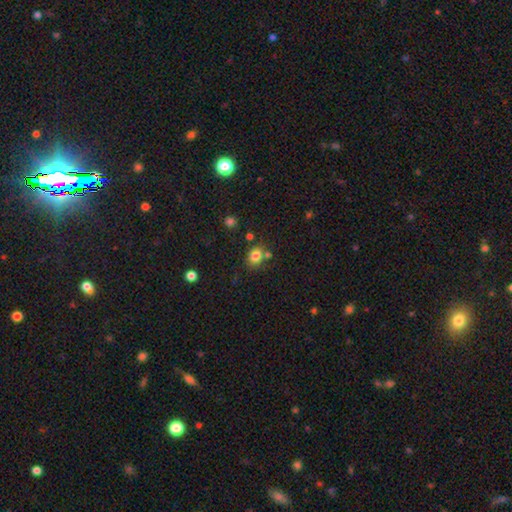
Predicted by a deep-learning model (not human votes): A smooth galaxy with no disk features (82%) that is in between round and cigar-shaped (51%). Merging: none (67%).